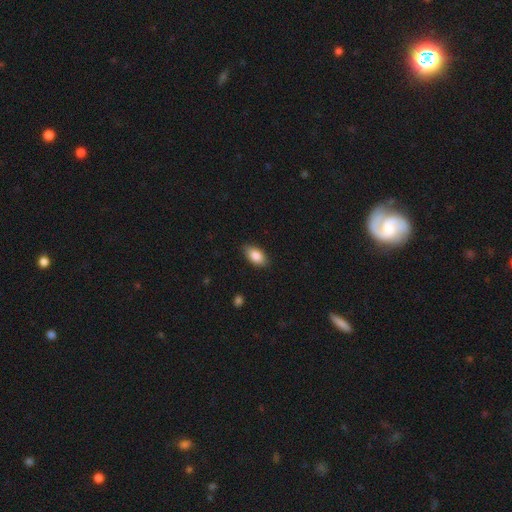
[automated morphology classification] This appears to be a smooth galaxy with no disk features (86%) that is in between round and cigar-shaped (92%). Merging: none (85%).